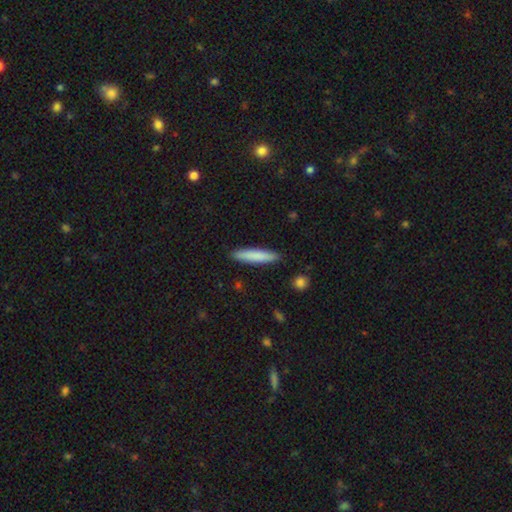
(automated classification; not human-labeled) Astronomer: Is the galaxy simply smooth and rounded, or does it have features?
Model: smooth — 81%.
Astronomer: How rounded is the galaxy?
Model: cigar-shaped — 90%.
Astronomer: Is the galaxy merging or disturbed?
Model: none — 90%.